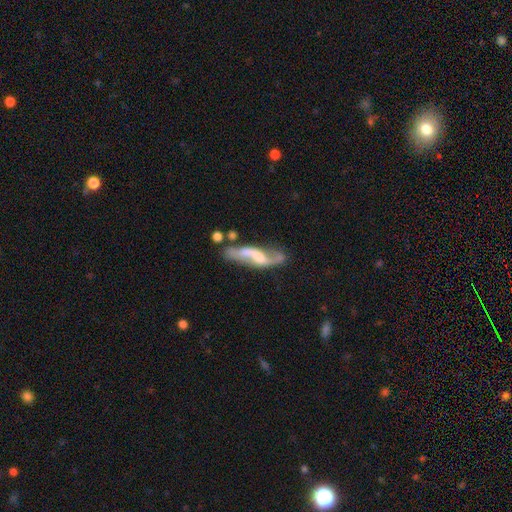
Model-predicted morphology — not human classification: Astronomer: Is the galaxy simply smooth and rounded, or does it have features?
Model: featured or disk — 78%.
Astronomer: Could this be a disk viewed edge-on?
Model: no — 85%.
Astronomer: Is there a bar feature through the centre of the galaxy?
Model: weak — 45% (runner-up: no, 32%).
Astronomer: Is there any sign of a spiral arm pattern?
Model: yes — 90%.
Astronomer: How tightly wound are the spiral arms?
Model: loose — 75%.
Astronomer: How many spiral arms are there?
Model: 2 — 89%.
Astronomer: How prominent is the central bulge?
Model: moderate — 35% (runner-up: small, 28%).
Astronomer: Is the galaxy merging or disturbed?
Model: none — 53%.